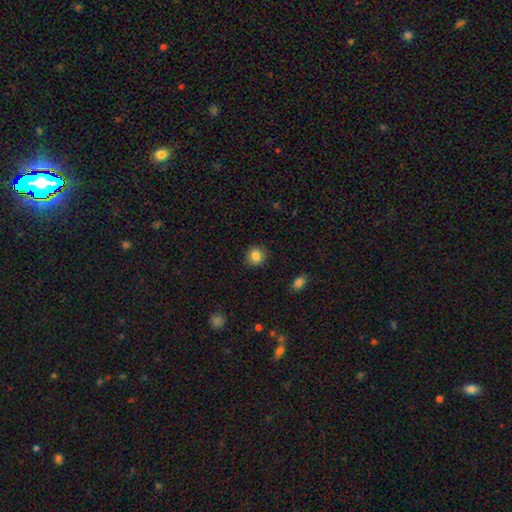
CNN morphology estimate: Q: Smooth or featured?
A: smooth (85%); runner-up: star or artifact (10%)
Q: How rounded?
A: round (89%); runner-up: in between (10%)
Q: Merging?
A: none (89%); runner-up: minor disturbance (8%)